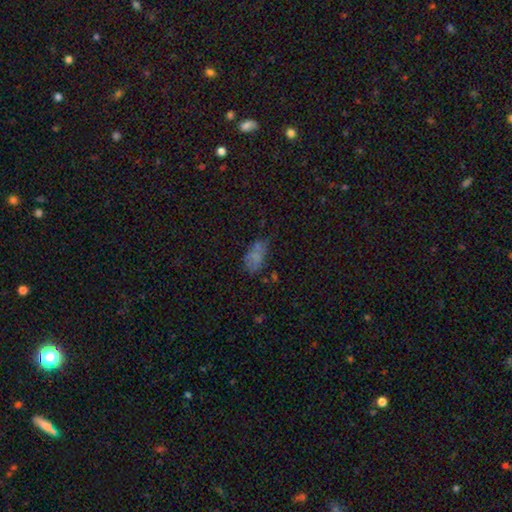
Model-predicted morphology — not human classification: This is likely a smooth galaxy (64%). How rounded: clearly in between (90%). Merging: possibly none (45%).